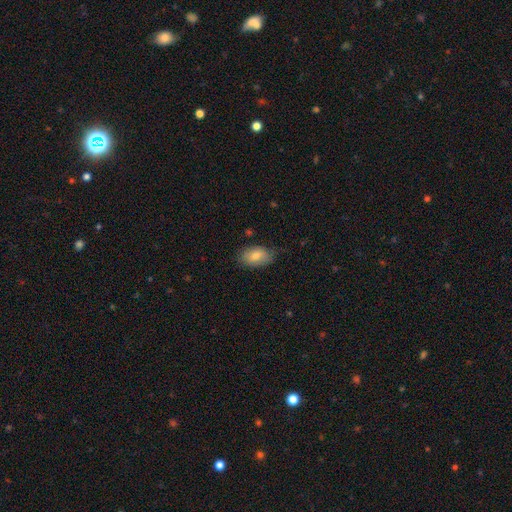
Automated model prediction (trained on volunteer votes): This is likely a smooth galaxy (75%). How rounded: clearly in between (91%). Merging: likely none (73%).